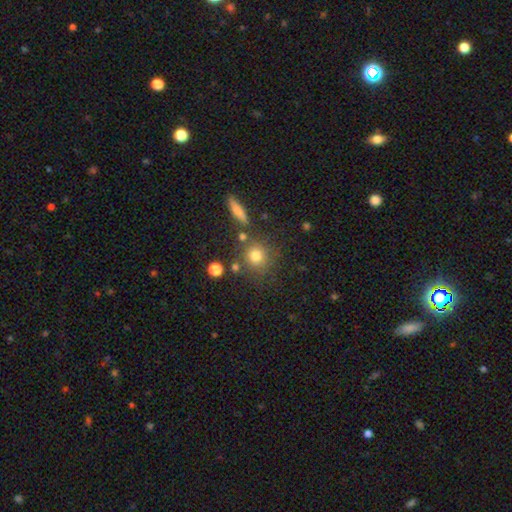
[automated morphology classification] This appears to be a smooth galaxy with no disk features (77%) that is round (89%). Merging: none (74%).